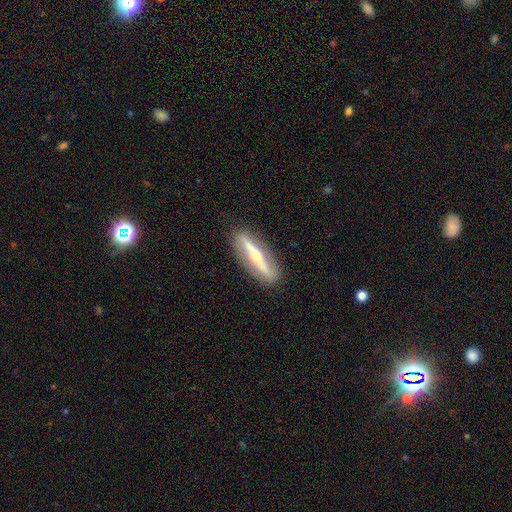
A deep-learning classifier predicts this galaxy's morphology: Smooth or featured? featured or disk (71%)
Edge-on disk? yes (68%)
Merging? none (87%)